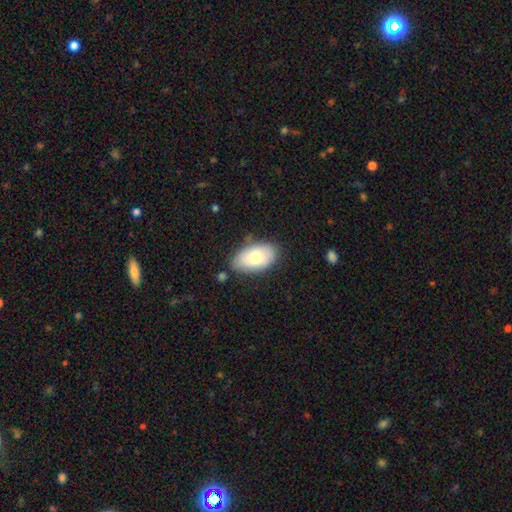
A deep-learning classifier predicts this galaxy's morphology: Smooth or featured: smooth — 69% (featured or disk — 24%)
How rounded: in between — 93% (round — 5%)
Merging: none — 79% (minor disturbance — 15%)